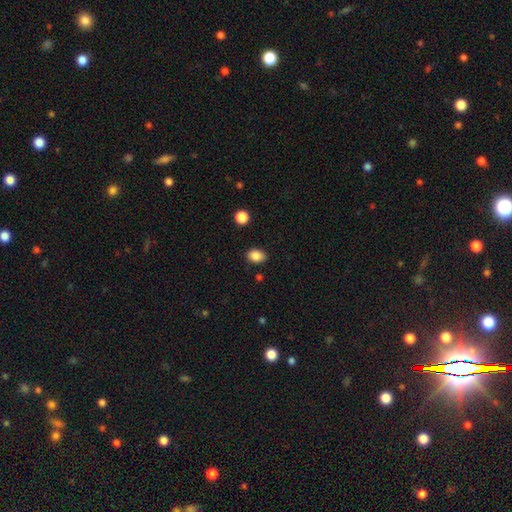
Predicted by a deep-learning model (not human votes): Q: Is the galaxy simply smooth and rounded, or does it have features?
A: smooth — 86%.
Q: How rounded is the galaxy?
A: in between — 73%.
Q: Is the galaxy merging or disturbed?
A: none — 85%.